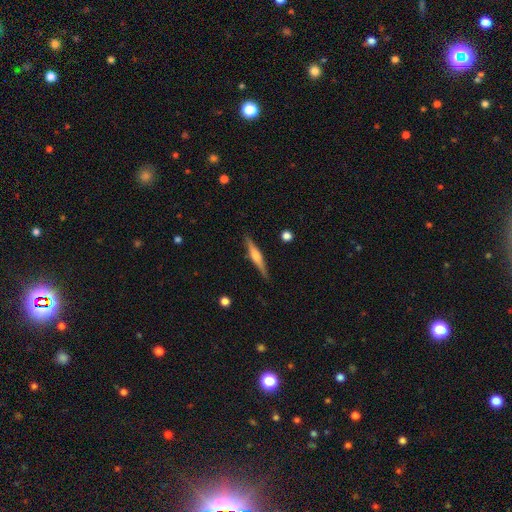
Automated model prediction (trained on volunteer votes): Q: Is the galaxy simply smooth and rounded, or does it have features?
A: featured or disk — 67%.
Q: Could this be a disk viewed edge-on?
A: yes — 98%.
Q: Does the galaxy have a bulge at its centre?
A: rounded — 66%.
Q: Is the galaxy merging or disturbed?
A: none — 88%.